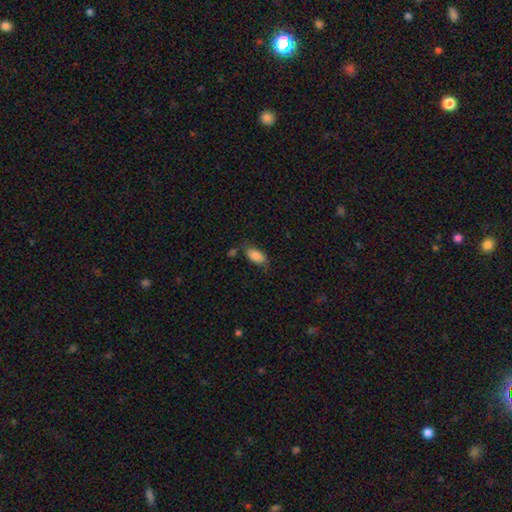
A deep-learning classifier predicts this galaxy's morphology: Smooth or featured: smooth — 83% (featured or disk — 9%)
How rounded: in between — 91% (cigar-shaped — 5%)
Merging: none — 65% (minor disturbance — 22%)